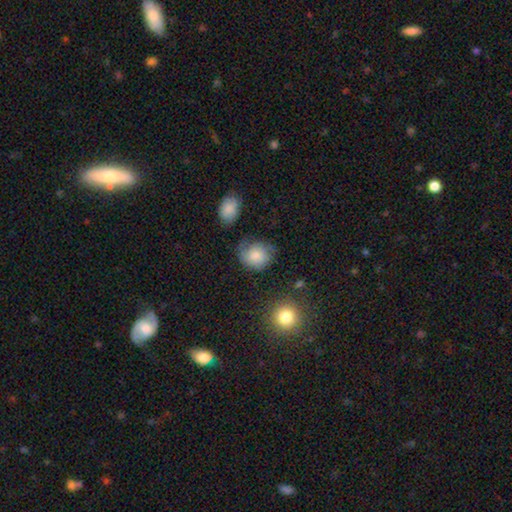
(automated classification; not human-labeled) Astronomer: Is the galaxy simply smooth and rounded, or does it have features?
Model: smooth — 78%.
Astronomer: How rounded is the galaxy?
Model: round — 73%.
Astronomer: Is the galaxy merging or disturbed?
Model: none — 55%.